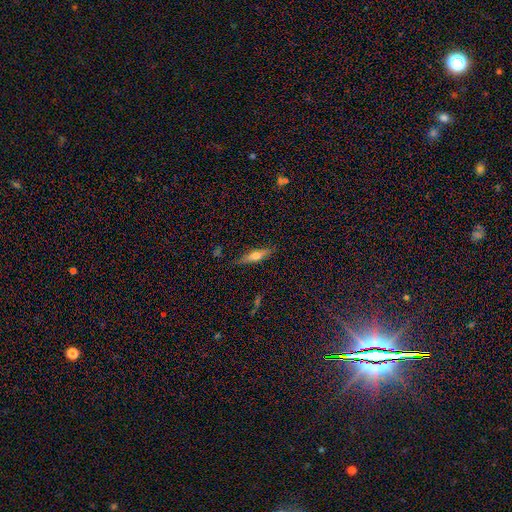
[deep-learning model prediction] Overall: featured or disk (49%; smooth 43%). Merging: none (83%).